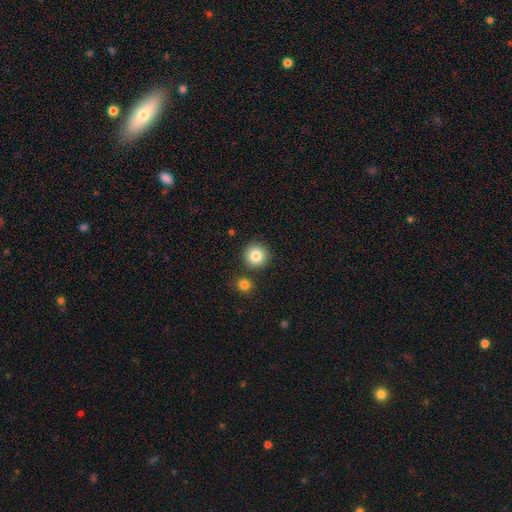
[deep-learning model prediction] This is clearly a smooth galaxy (85%). How rounded: clearly round (95%). Merging: clearly none (85%).